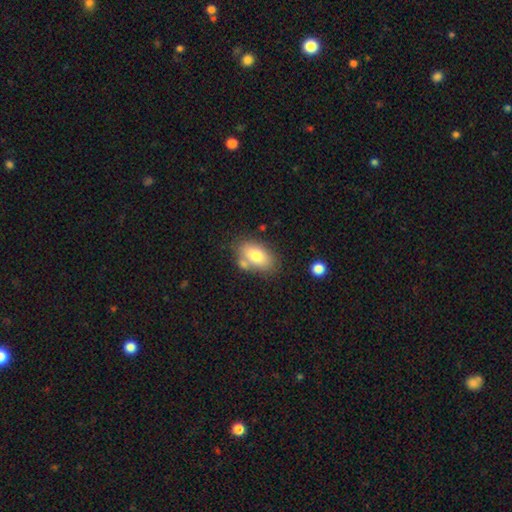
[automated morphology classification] smooth 78%, featured or disk 15%, star or artifact 7%. Down the decision tree: how rounded — in between (90%); merging — none (61%).